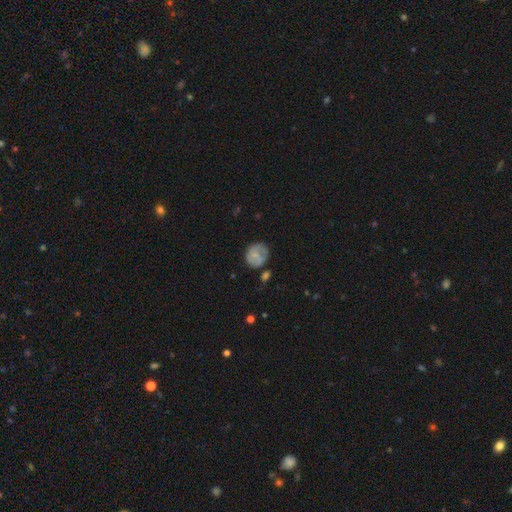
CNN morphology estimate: A smooth galaxy with no disk features (50%). Merging: none (62%).